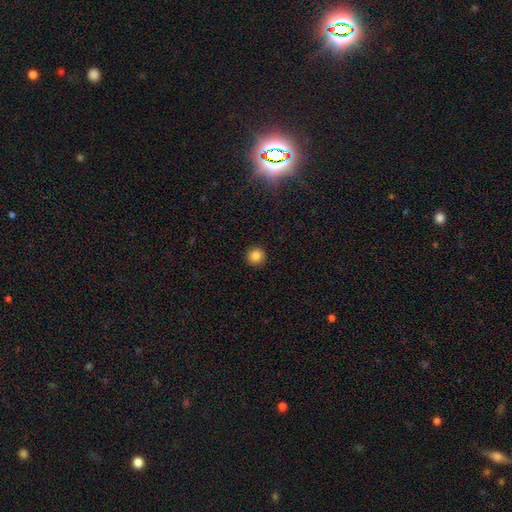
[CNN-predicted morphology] type=smooth (85%); roundness=round (95%); merging=none (92%).